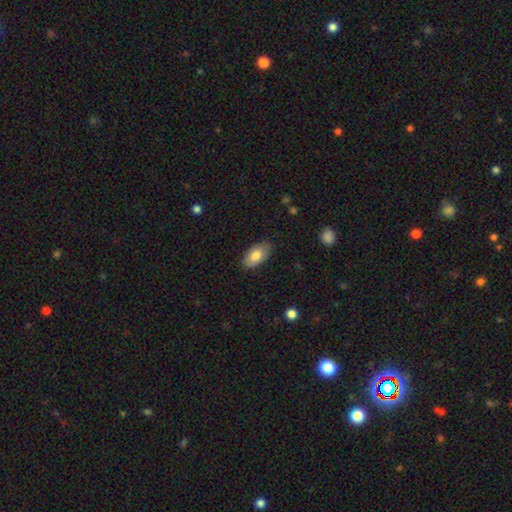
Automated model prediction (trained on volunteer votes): Smooth or featured?
  - smooth: 80% *
  - featured or disk: 14%
  - star or artifact: 6%
How rounded?
  - in between: 94% *
  - round: 4%
  - cigar-shaped: 2%
Merging?
  - none: 83% *
  - minor disturbance: 14%
  - major disturbance: 3%
  - merger: 1%